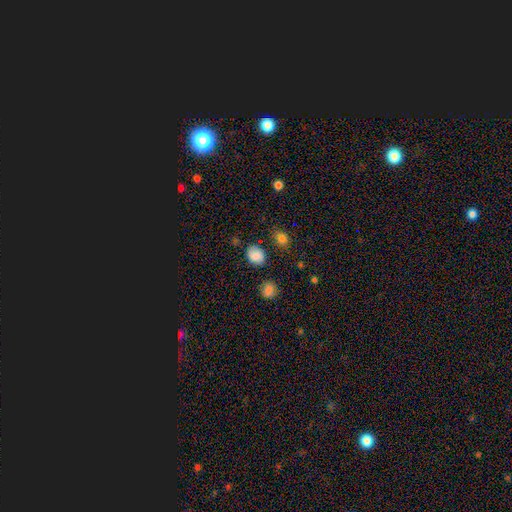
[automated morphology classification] smooth_or_featured: smooth (p=0.81) [alt: star or artifact p=0.11]
how_rounded: in between (p=0.59) [alt: round p=0.40]
merging: none (p=0.75) [alt: minor disturbance p=0.18]